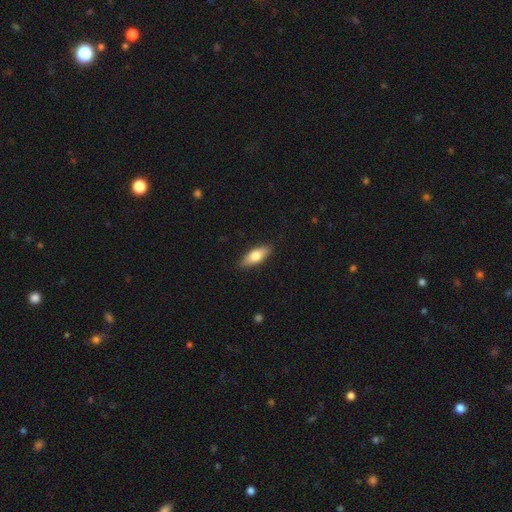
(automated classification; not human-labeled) Overall: smooth (71%). How rounded: in between (71%). Merging: none (88%).